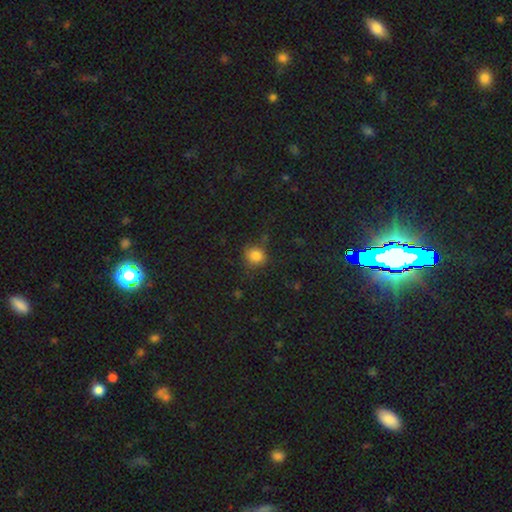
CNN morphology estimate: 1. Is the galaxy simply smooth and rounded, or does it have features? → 81% smooth, 13% star or artifact, 6% featured or disk.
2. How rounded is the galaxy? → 81% round, 17% in between, 1% cigar-shaped.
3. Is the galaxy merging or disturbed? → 73% none, 17% minor disturbance, 7% major disturbance, 3% merger.